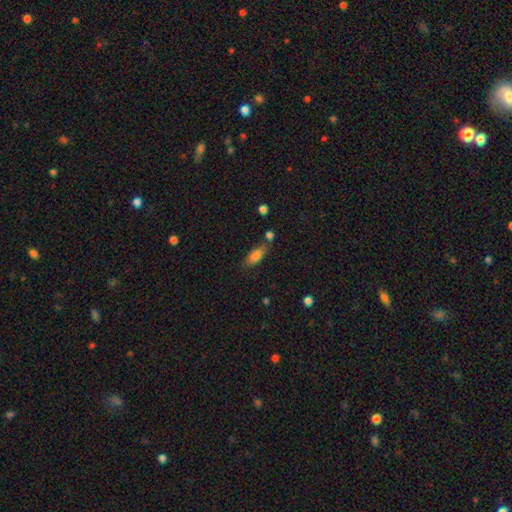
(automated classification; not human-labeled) Smooth or featured?
  - smooth: 79% *
  - featured or disk: 12%
  - star or artifact: 8%
How rounded?
  - in between: 73% *
  - cigar-shaped: 24%
  - round: 3%
Merging?
  - none: 64% *
  - minor disturbance: 18%
  - merger: 13%
  - major disturbance: 5%